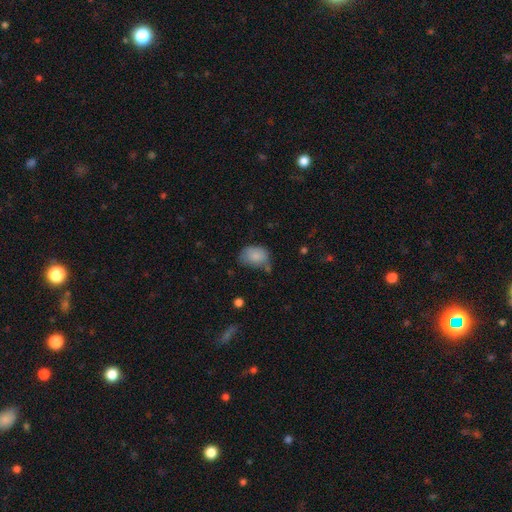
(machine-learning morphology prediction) smooth-or-featured: smooth: 83% | featured or disk: 9% | star or artifact: 8%
  how-rounded: in between: 75% | round: 24% | cigar-shaped: 1%
  merging: none: 46% | minor disturbance: 36% | major disturbance: 11% | merger: 7%